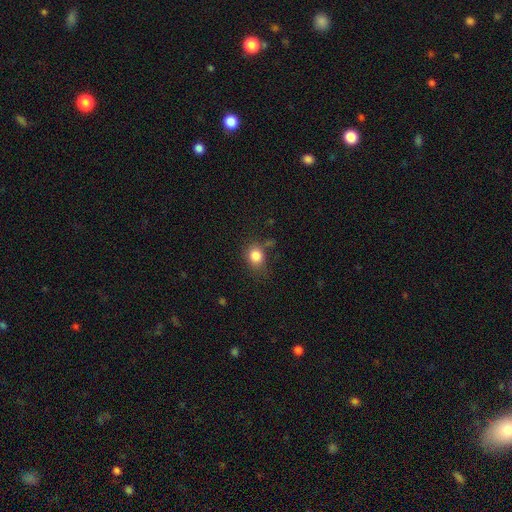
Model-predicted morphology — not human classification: A smooth galaxy with no disk features (83%) that is round (65%).

Vote fractions:
- Smooth or featured? smooth: 83% / star or artifact: 11% / featured or disk: 6%
- How rounded? round: 65% / in between: 34% / cigar-shaped: 1%
- Merging? none: 69% / minor disturbance: 20% / major disturbance: 7% / merger: 5%